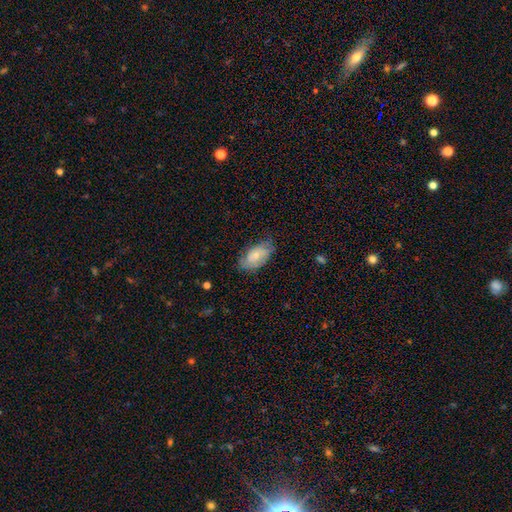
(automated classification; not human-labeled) Smooth or featured? Predicted: smooth (p=0.55). How rounded? Predicted: in between (p=0.92). Merging? Predicted: none (p=0.60).